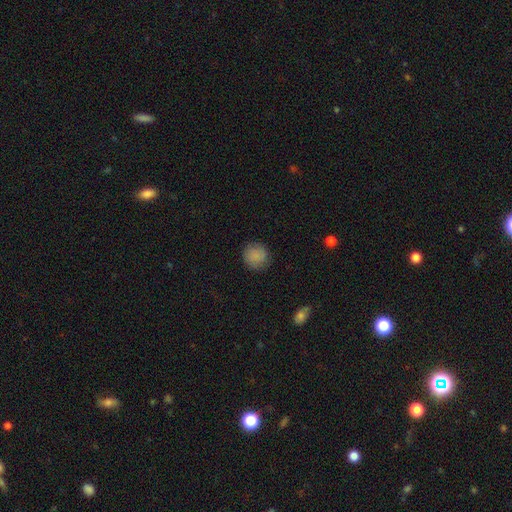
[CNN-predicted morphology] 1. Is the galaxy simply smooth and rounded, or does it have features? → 86% smooth, 9% star or artifact, 5% featured or disk.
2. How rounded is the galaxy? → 92% round, 7% in between, 1% cigar-shaped.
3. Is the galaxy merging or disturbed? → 86% none, 10% minor disturbance, 3% major disturbance, 1% merger.